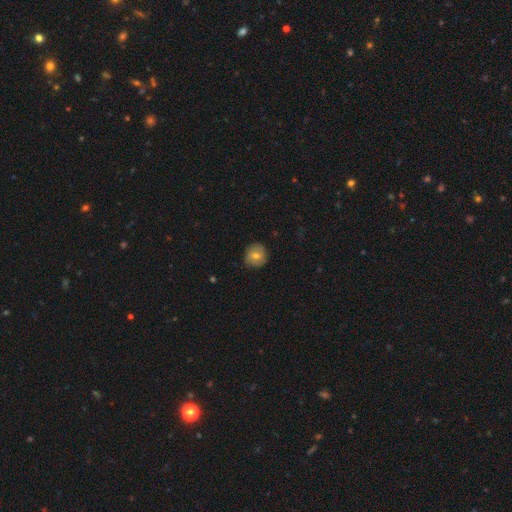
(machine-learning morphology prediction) smooth_or_featured: smooth (p=0.59) [alt: featured or disk p=0.32]
how_rounded: round (p=0.88) [alt: in between p=0.11]
merging: none (p=0.78) [alt: minor disturbance p=0.17]